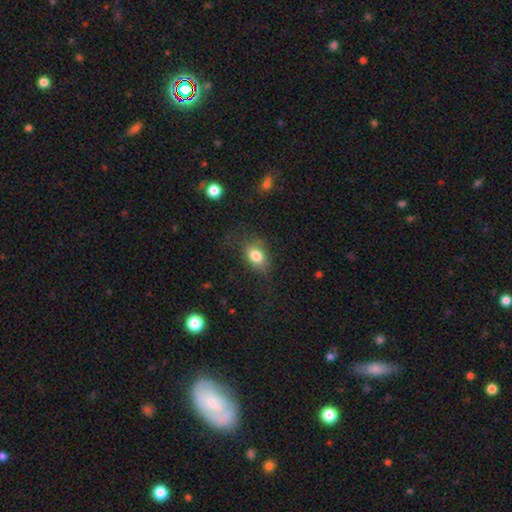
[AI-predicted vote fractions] Smooth or featured? smooth (79%)
How rounded? in between (83%)
Merging? none (63%)